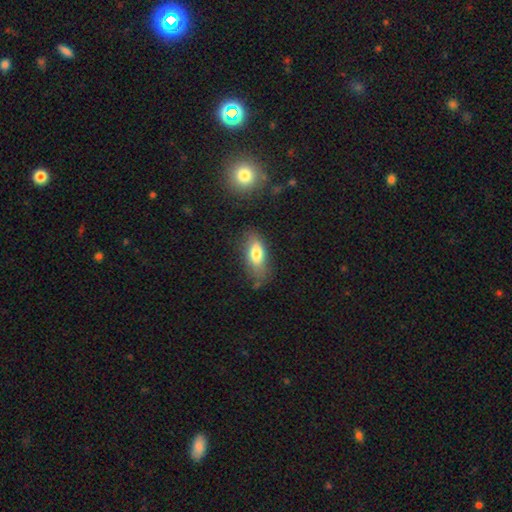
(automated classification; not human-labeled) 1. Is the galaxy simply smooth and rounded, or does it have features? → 76% smooth, 16% featured or disk, 8% star or artifact.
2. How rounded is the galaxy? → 82% in between, 15% cigar-shaped, 4% round.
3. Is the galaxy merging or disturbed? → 70% none, 20% minor disturbance, 6% major disturbance, 4% merger.